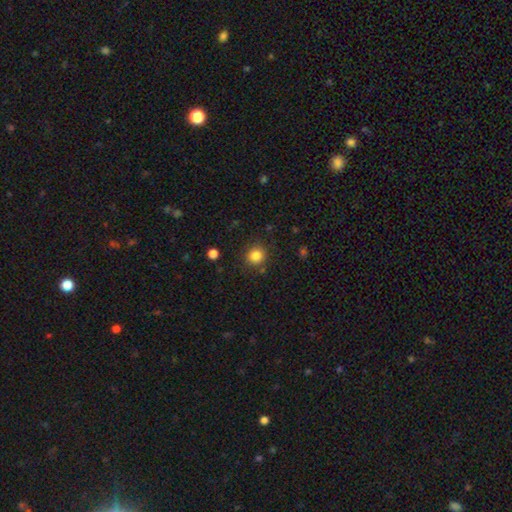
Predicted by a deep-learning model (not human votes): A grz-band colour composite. It shows a smooth galaxy with no disk features (84%) that is round (89%). Merging: none (85%).